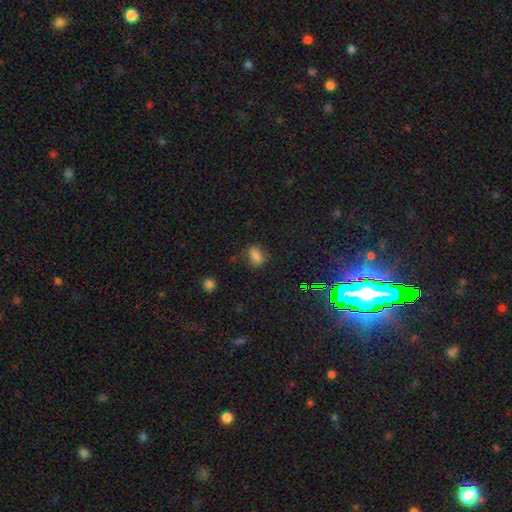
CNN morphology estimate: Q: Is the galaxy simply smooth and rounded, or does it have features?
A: smooth — 77%.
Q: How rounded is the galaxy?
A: in between — 79%.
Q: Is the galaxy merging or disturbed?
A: none — 70%.